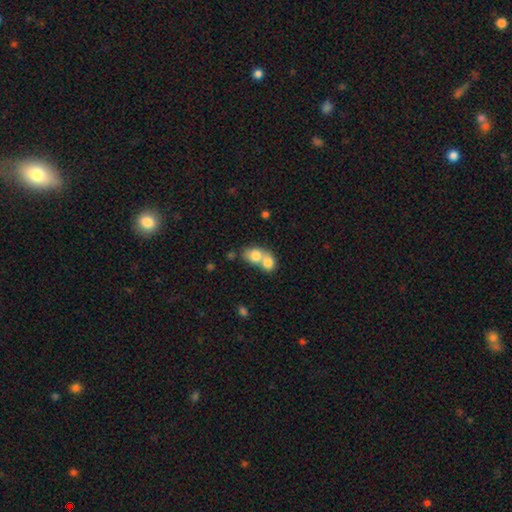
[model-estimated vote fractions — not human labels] The model was most divided on "how rounded": round: 54%, in between: 45%, cigar-shaped: 1%. More confident: smooth or featured — smooth (77%); merging — merger (75%).